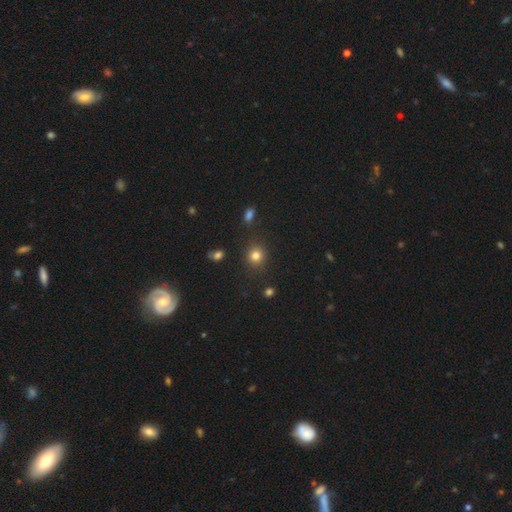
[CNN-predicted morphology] Q: Smooth or featured?
A: smooth (81%); runner-up: star or artifact (13%)
Q: How rounded?
A: round (86%); runner-up: in between (13%)
Q: Merging?
A: none (86%); runner-up: minor disturbance (8%)